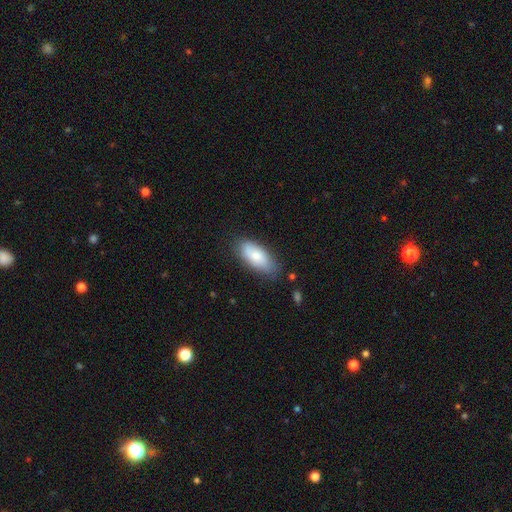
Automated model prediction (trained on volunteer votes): smooth 76%, featured or disk 18%, star or artifact 6%. Down the decision tree: how rounded — in between (87%); merging — none (76%).